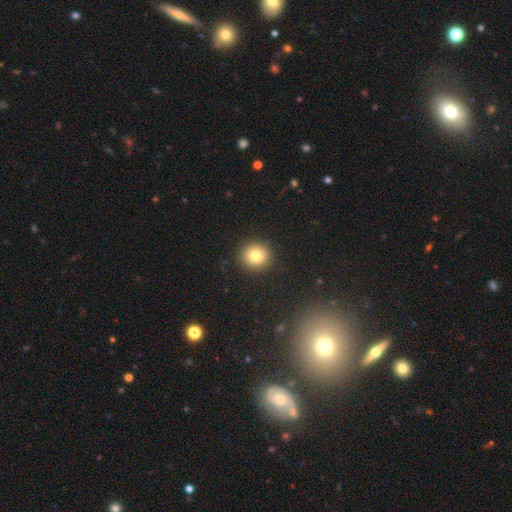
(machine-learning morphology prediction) The model was most divided on "smooth or featured": smooth: 80%, star or artifact: 11%, featured or disk: 9%. More confident: merging — none (91%); how rounded — round (90%).